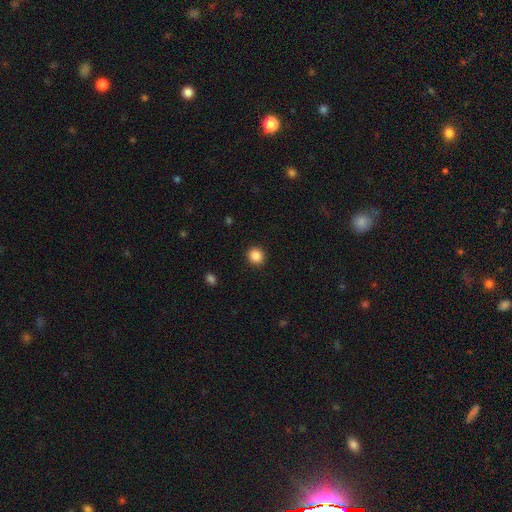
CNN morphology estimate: Overall: smooth (87%). How rounded: round (88%). Merging: none (92%).